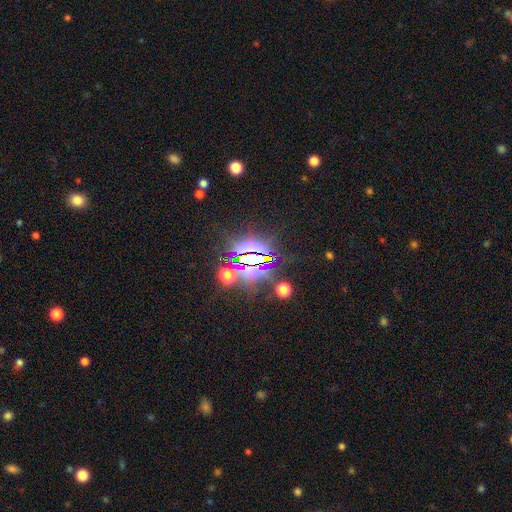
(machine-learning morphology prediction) This appears to be a star or artifact, not a galaxy (78%).